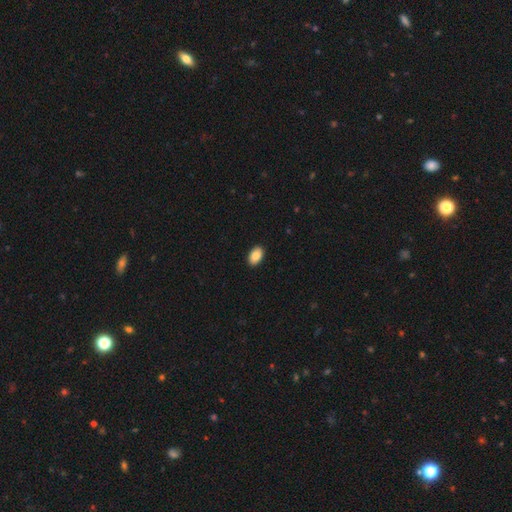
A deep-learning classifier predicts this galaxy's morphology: smooth_or_featured: smooth (p=0.87) [alt: star or artifact p=0.07]
how_rounded: in between (p=0.91) [alt: round p=0.07]
merging: none (p=0.91) [alt: minor disturbance p=0.07]